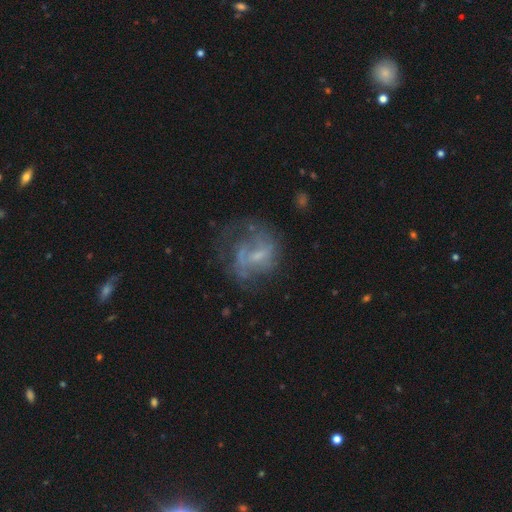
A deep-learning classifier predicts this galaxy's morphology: Smooth or featured? featured or disk (67%)
Edge-on disk? no (97%)
Bar? weak (46%)
Spiral arms? yes (62%)
Bulge size? small (52%)
Merging? none (44%)